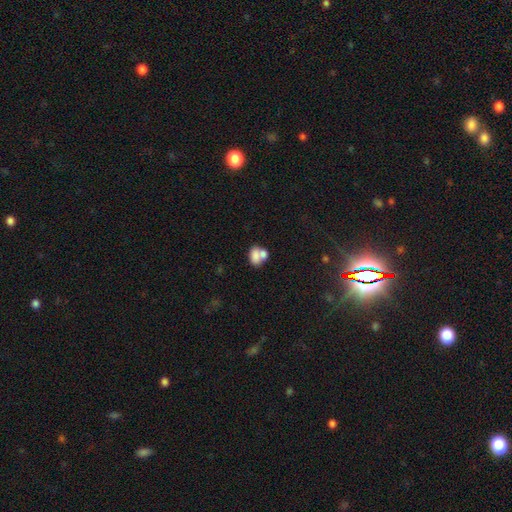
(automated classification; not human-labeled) Smooth or featured? Predicted: smooth (p=0.74). How rounded? Predicted: in between (p=0.74). Merging? Predicted: merger (p=0.56).